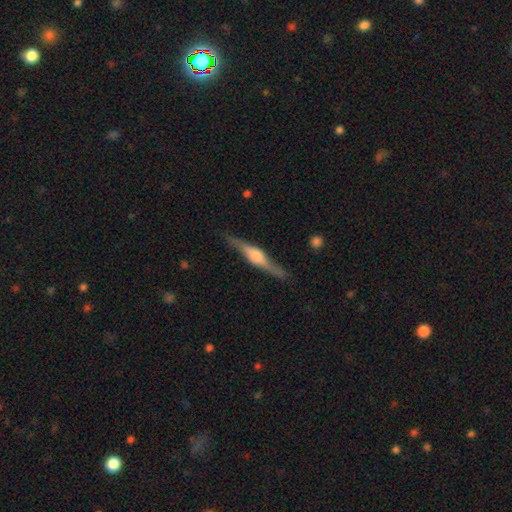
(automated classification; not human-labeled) This is likely a featured or disk galaxy (77%). It is clearly viewed edge-on (96%). Edge-on bulge: clearly rounded (82%). Merging: clearly none (85%).